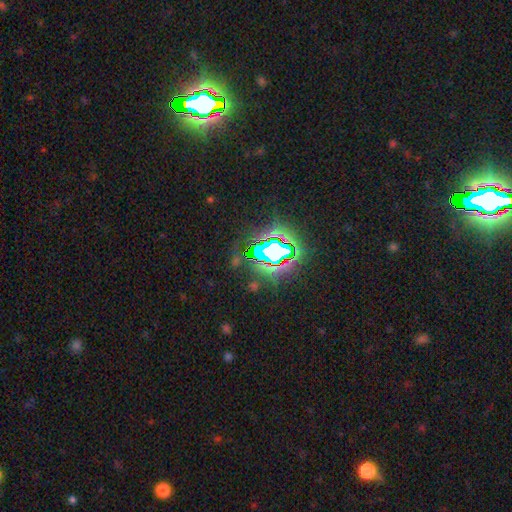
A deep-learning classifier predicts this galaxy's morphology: Smooth or featured? star or artifact (83%)